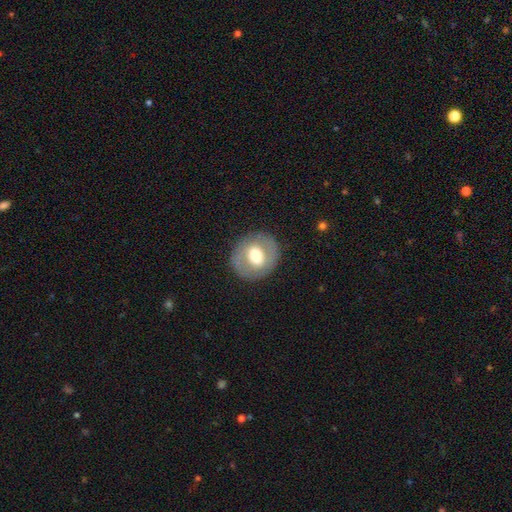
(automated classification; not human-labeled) A smooth galaxy with no disk features (51%) that is round (76%). Merging: none (84%).